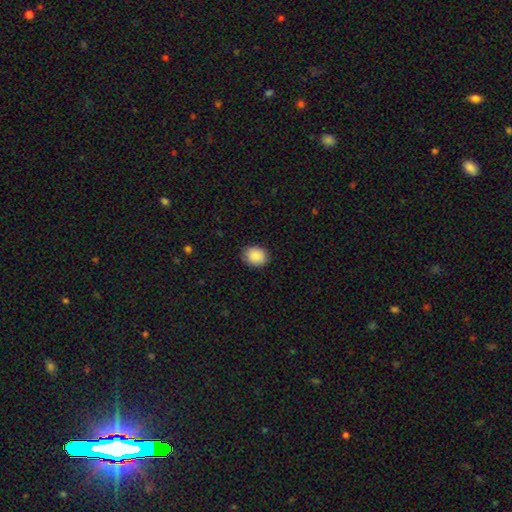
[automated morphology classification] smooth_or_featured: smooth (p=0.88) [alt: star or artifact p=0.08]
how_rounded: round (p=0.59) [alt: in between p=0.40]
merging: none (p=0.86) [alt: minor disturbance p=0.11]